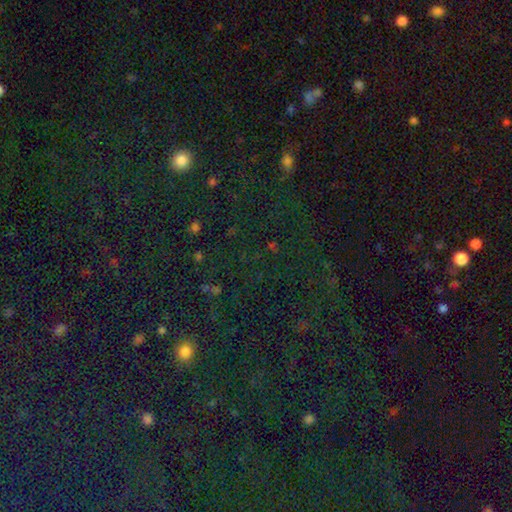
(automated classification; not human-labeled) A star or artifact, not a galaxy (75%).

Vote fractions:
- Smooth or featured? star or artifact: 75% / smooth: 17% / featured or disk: 8%